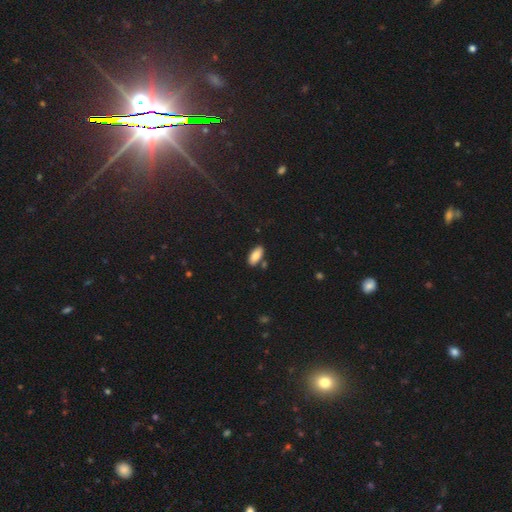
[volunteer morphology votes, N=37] This appears to be a smooth galaxy with no disk features (89%) that is in between round and cigar-shaped (85%). Merging: none (78%).